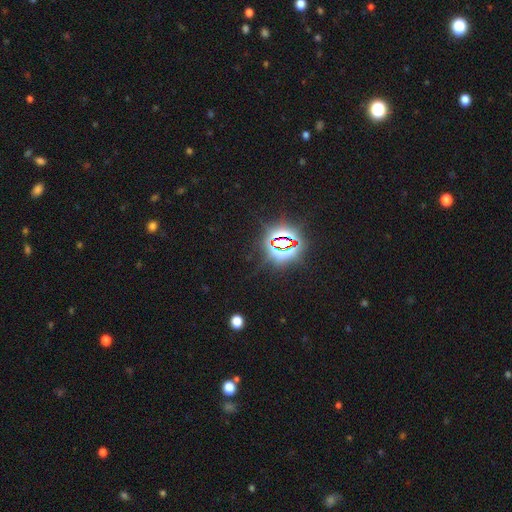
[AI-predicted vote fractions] This is clearly a star or artifact rather than a galaxy (83%).